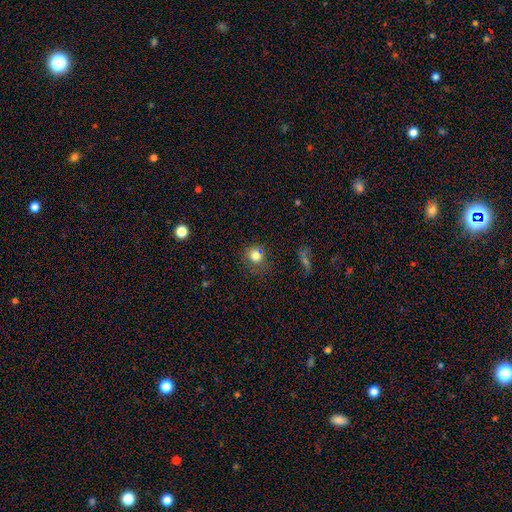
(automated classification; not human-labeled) This appears to be a smooth galaxy with no disk features (80%) that is round (83%). Merging: none (67%).